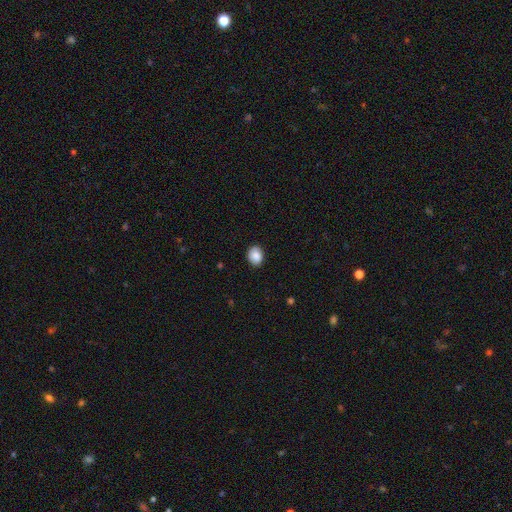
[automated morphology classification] This appears to be a smooth galaxy with no disk features (86%) that is in between round and cigar-shaped (57%). Merging: none (86%).